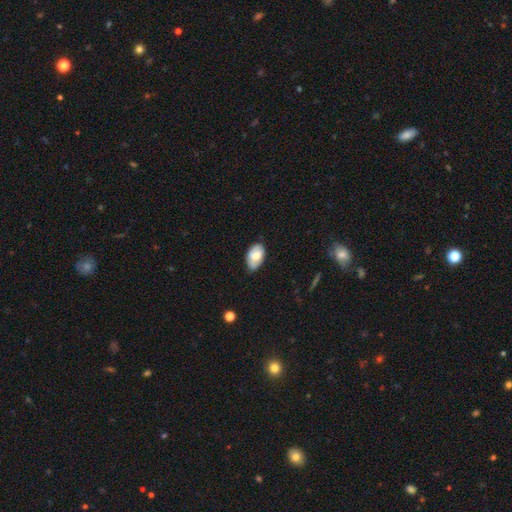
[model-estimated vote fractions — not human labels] Smooth or featured? smooth (69%)
How rounded? in between (93%)
Merging? none (61%)